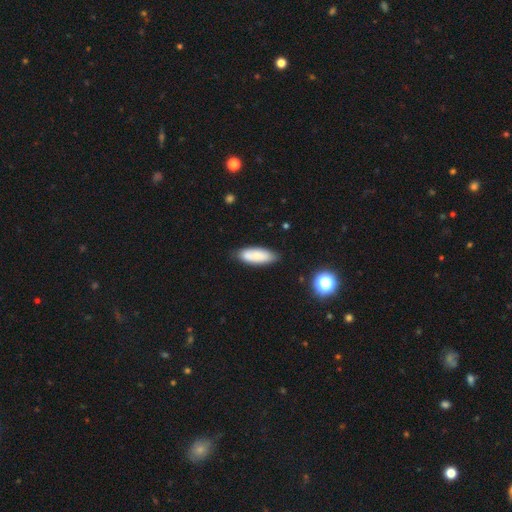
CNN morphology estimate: A smooth galaxy with no disk features (78%) that is in between round and cigar-shaped (72%).

Vote fractions:
- Smooth or featured? smooth: 78% / featured or disk: 15% / star or artifact: 7%
- How rounded? in between: 72% / cigar-shaped: 26% / round: 2%
- Merging? none: 79% / minor disturbance: 16% / major disturbance: 3% / merger: 3%